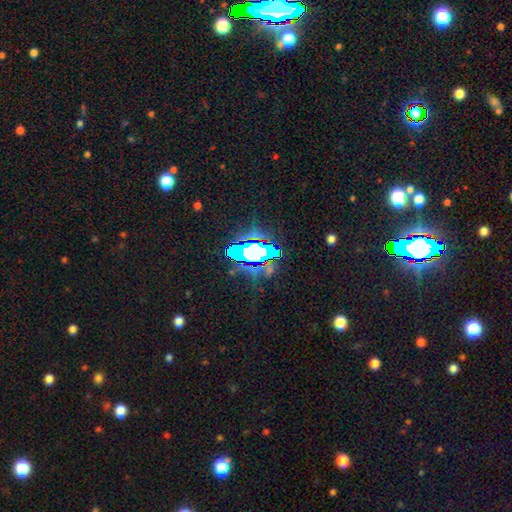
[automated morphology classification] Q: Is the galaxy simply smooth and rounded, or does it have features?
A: star or artifact — 51%.